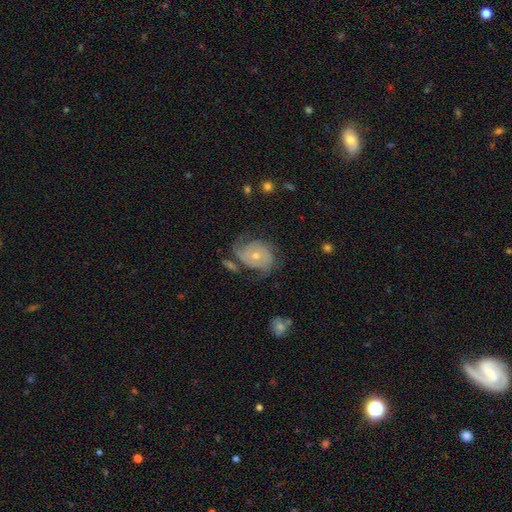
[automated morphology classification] type=featured or disk (73%); edge-on=no (97%); bar=no (79%); spiral arms=yes (87%); winding=tight (51%); arm count=2 (39%); bulge=small (50%); merging=none (51%).